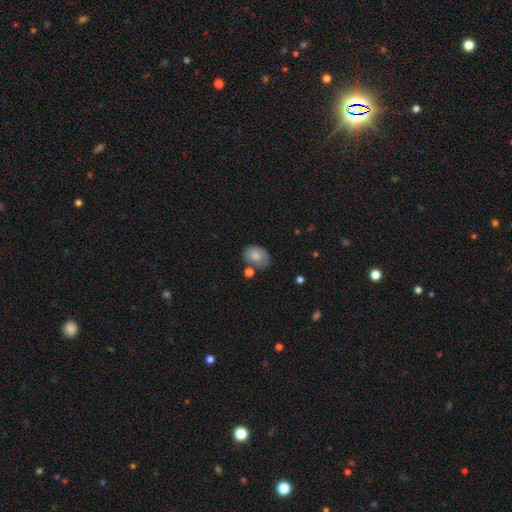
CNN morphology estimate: type=smooth (80%); roundness=in between (71%); merging=none (62%).